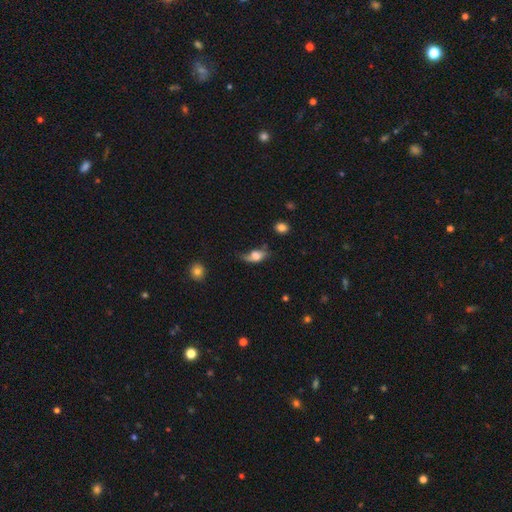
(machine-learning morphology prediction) This appears to be a smooth galaxy with no disk features (61%) that is in between round and cigar-shaped (79%). Merging: minor disturbance (35%).